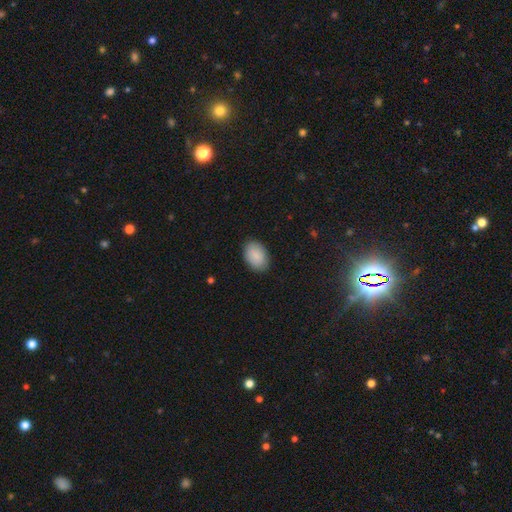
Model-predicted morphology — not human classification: Smooth or featured? smooth (89%)
How rounded? in between (87%)
Merging? none (87%)